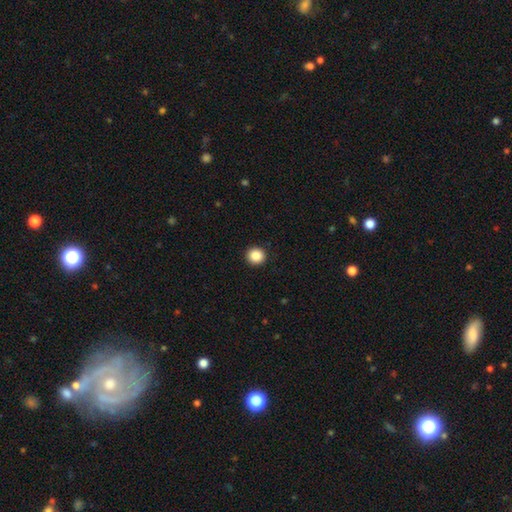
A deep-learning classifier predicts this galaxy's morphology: A smooth galaxy with no disk features (87%) that is round (95%).

Vote fractions:
- Smooth or featured? smooth: 87% / star or artifact: 9% / featured or disk: 3%
- How rounded? round: 95% / in between: 5% / cigar-shaped: 1%
- Merging? none: 94% / minor disturbance: 4% / major disturbance: 1% / merger: 1%